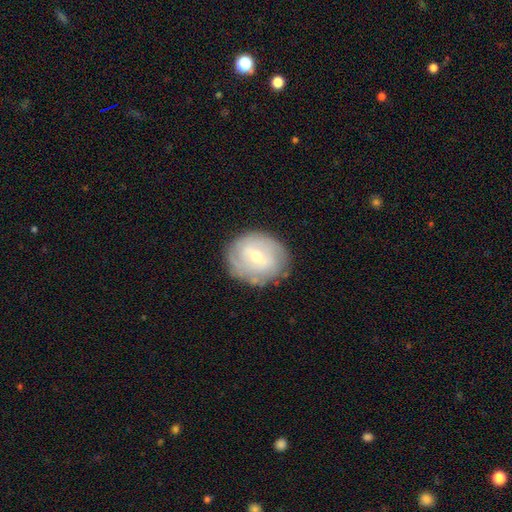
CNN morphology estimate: Overall: featured or disk (66%; smooth 27%). Edge-on disk: no (96%). Bar: weak (55%; no 29%). Spiral arms: yes (78%). Bulge size: moderate (58%; small 38%). Merging: none (79%).